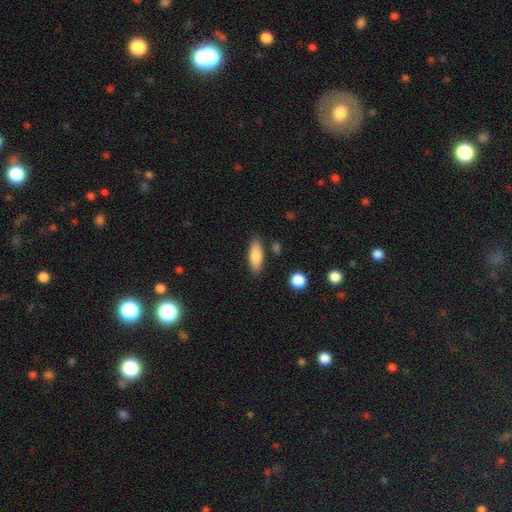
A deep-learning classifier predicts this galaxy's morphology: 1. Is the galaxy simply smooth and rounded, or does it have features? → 81% smooth, 13% featured or disk, 6% star or artifact.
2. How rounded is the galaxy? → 61% in between, 36% cigar-shaped, 3% round.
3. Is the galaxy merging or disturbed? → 83% none, 11% minor disturbance, 3% merger, 3% major disturbance.